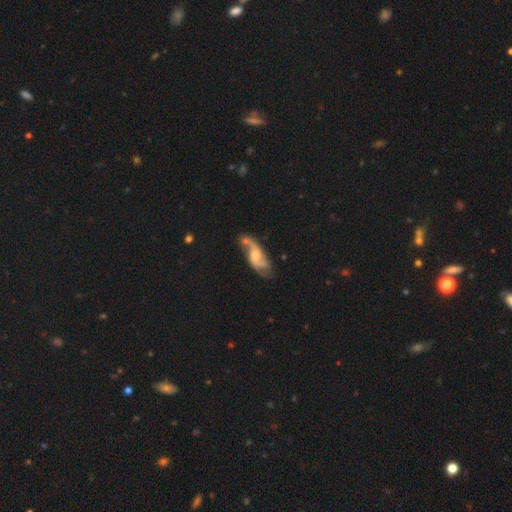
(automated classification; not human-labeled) smooth-or-featured: featured or disk: 75% | smooth: 19% | star or artifact: 6%
  disk-edge-on: no: 91% | yes: 9%
    bar: no: 55% | weak: 37% | strong: 8%
    has-spiral-arms: yes: 91% | no: 9%
      spiral-winding: loose: 59% | medium: 32% | tight: 9%
      spiral-arm-count: 2: 80% | can't tell: 7% | 1: 5% | 3: 4% | 4: 1% | more than 4: 1%
    bulge-size: moderate: 46% | small: 34% | none: 10% | large: 9% | dominant: 1%
  merging: none: 47% | minor disturbance: 23% | major disturbance: 16% | merger: 14%